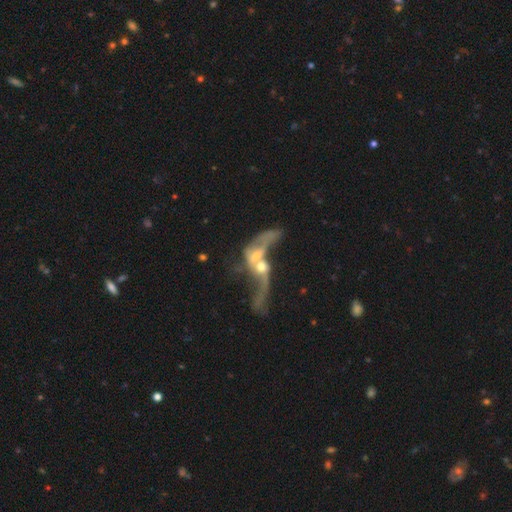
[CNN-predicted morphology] type=featured or disk (69%); edge-on=no (91%); bar=no (67%); spiral arms=yes (59%); bulge=moderate (53%); merging=merger (75%).